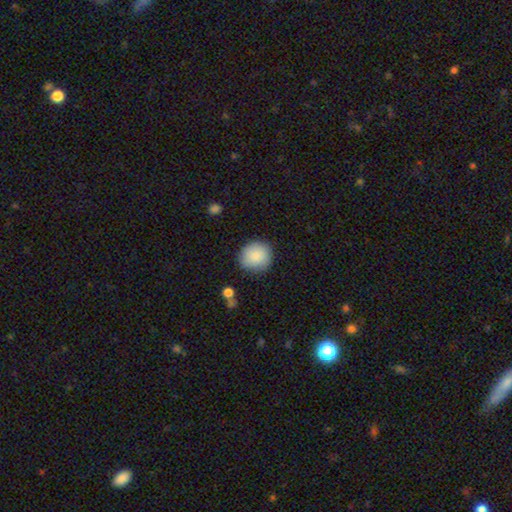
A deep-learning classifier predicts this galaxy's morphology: Q: Smooth or featured?
A: smooth (87%); runner-up: star or artifact (7%)
Q: How rounded?
A: round (86%); runner-up: in between (13%)
Q: Merging?
A: none (84%); runner-up: minor disturbance (12%)